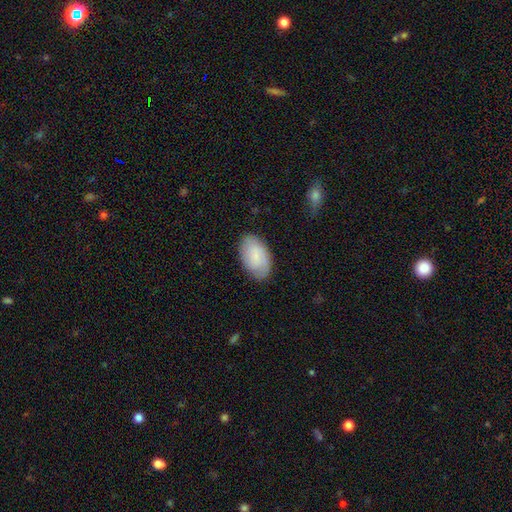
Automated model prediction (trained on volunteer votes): Overall: smooth (78%). How rounded: in between (94%). Merging: none (83%).